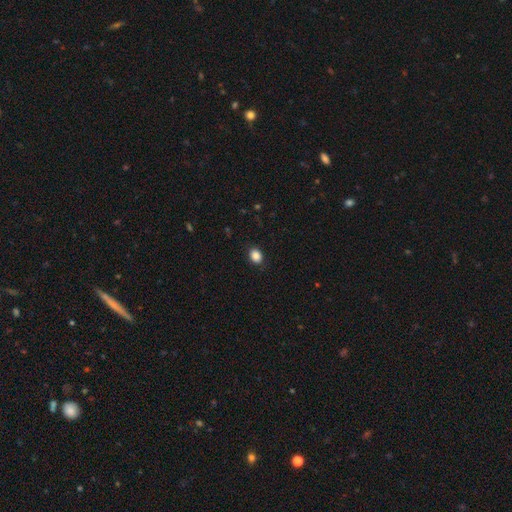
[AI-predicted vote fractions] Overall: smooth (87%). How rounded: in between (59%; round 40%). Merging: none (87%).